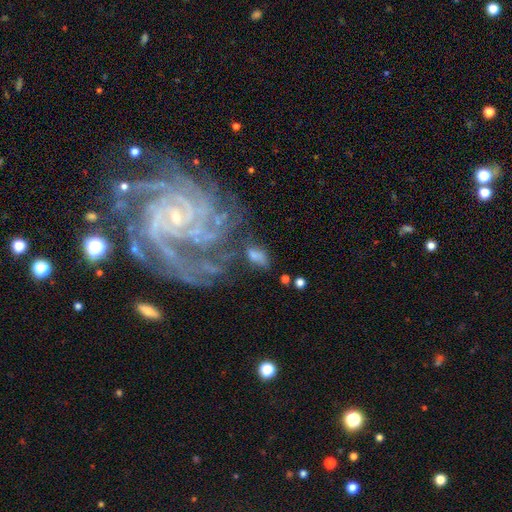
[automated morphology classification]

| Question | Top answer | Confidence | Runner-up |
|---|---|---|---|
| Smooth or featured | smooth | 50% | featured or disk (37%) |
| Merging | none | 44% | minor disturbance (23%) |